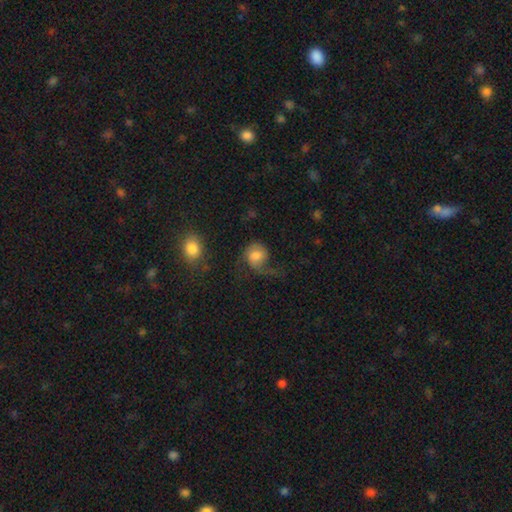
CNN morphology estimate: A smooth galaxy with no disk features (53%) that is round (70%). Merging: major disturbance (45%).